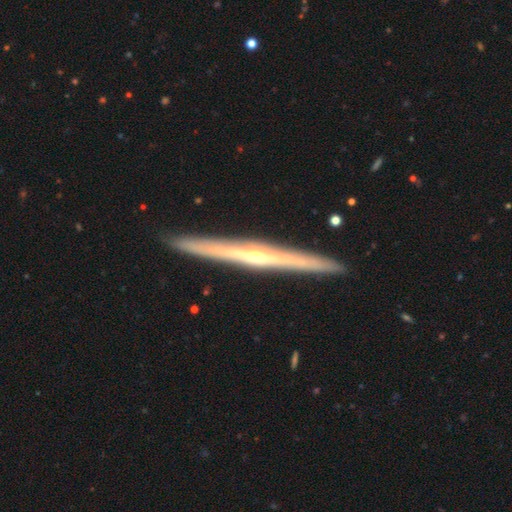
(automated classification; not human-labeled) Morphology: type=featured or disk (82%); edge-on=yes (98%); edge-on bulge=rounded (74%); merging=none (93%).